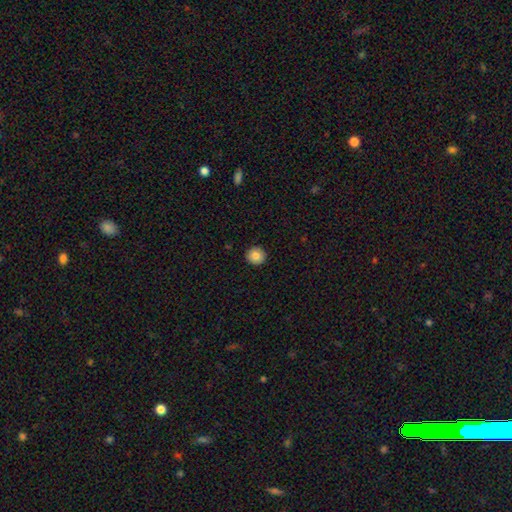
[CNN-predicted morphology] type=smooth (83%); roundness=round (93%); merging=none (92%).